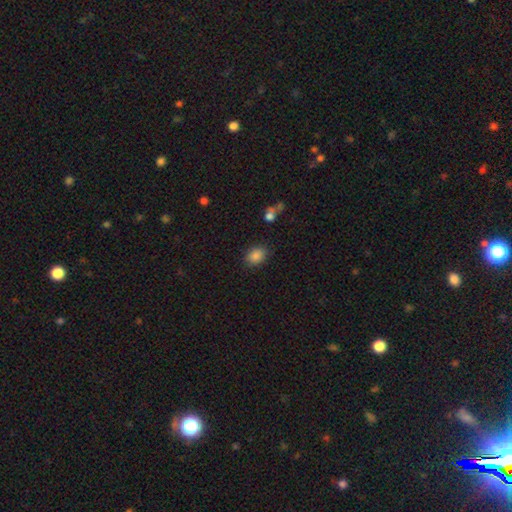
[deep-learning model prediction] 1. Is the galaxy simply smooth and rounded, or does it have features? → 86% smooth, 9% star or artifact, 4% featured or disk.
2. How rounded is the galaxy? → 66% in between, 33% round, 1% cigar-shaped.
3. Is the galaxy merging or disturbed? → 82% none, 12% minor disturbance, 3% major disturbance, 2% merger.